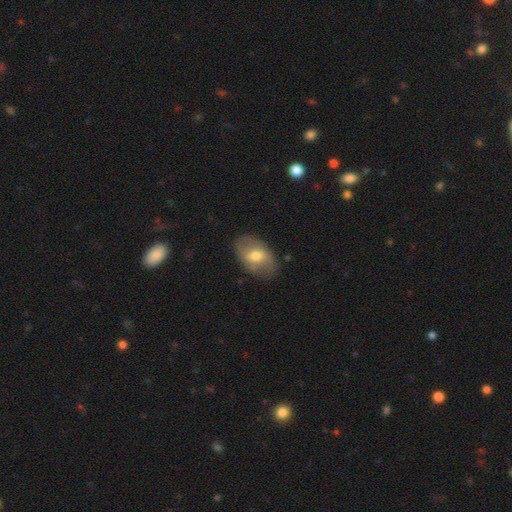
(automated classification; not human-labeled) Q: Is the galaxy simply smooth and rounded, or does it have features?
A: smooth — 49%.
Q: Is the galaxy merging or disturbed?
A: none — 77%.